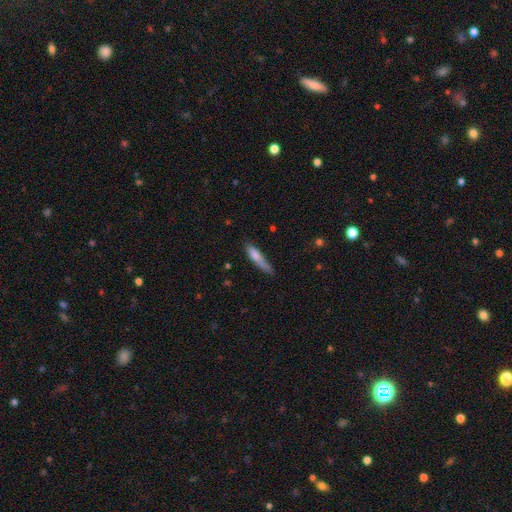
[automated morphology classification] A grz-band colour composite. It shows a smooth galaxy with no disk features (75%) that is cigar-shaped (79%). Merging: none (49%).